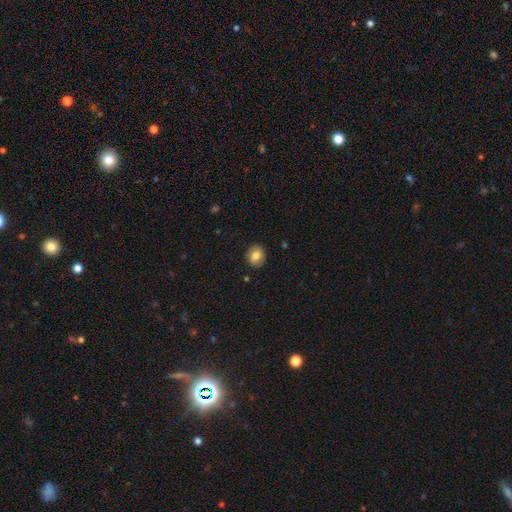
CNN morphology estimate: Smooth or featured: smooth — 79% (featured or disk — 13%)
How rounded: round — 69% (in between — 30%)
Merging: none — 87% (minor disturbance — 9%)